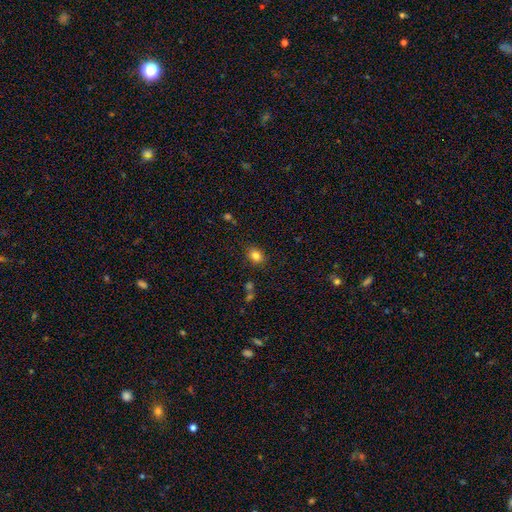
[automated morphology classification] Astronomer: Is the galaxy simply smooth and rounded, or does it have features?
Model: smooth — 82%.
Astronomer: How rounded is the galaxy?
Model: in between — 53% (runner-up: round, 46%).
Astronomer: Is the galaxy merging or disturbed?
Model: none — 84%.